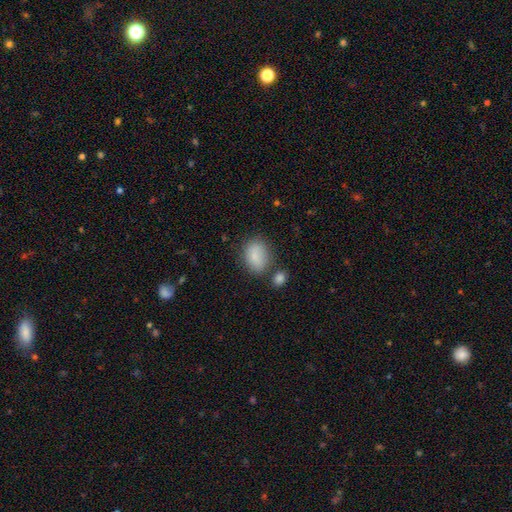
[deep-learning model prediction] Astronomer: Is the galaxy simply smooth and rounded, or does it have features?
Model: smooth — 85%.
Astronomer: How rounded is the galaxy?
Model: in between — 74%.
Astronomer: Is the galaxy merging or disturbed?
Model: none — 67%.